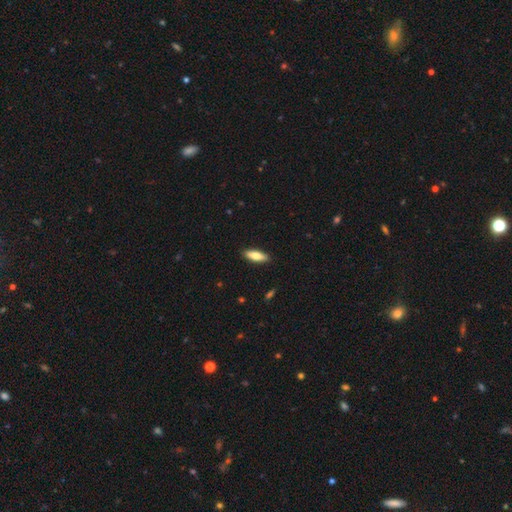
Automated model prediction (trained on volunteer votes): A smooth galaxy with no disk features (73%) that is in between round and cigar-shaped (57%). Merging: none (90%).